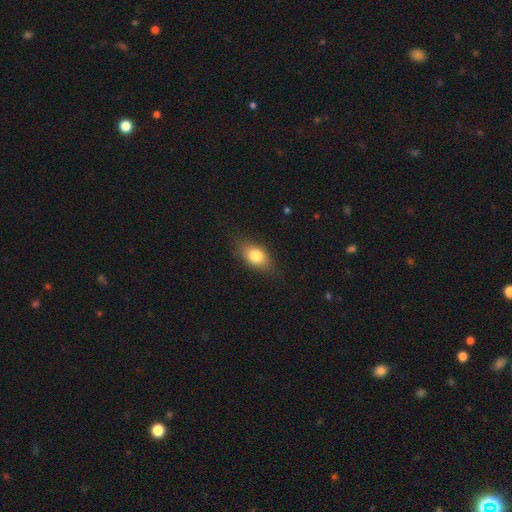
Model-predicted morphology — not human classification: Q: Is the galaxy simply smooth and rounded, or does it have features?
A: smooth — 80%.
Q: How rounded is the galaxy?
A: in between — 82%.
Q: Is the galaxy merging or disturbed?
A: none — 79%.